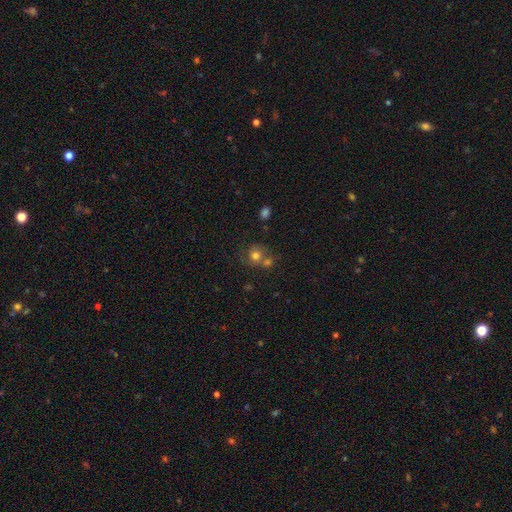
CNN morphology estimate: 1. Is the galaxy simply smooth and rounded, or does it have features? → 71% smooth, 16% featured or disk, 13% star or artifact.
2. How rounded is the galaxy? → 82% round, 17% in between, 1% cigar-shaped.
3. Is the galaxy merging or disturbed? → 47% none, 35% merger, 12% minor disturbance, 6% major disturbance.